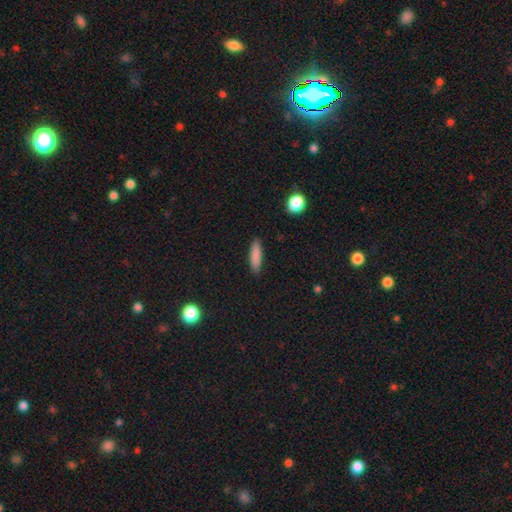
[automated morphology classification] smooth 86%, featured or disk 7%, star or artifact 7%. Down the decision tree: how rounded — cigar-shaped (69%); merging — none (88%).